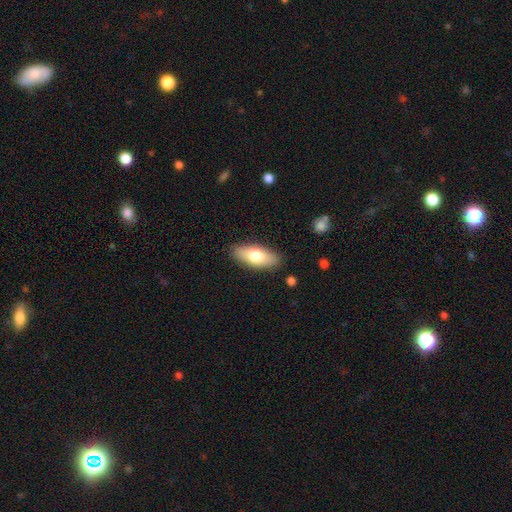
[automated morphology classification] Smooth or featured? Predicted: smooth (p=0.71). How rounded? Predicted: in between (p=0.80). Merging? Predicted: none (p=0.87).